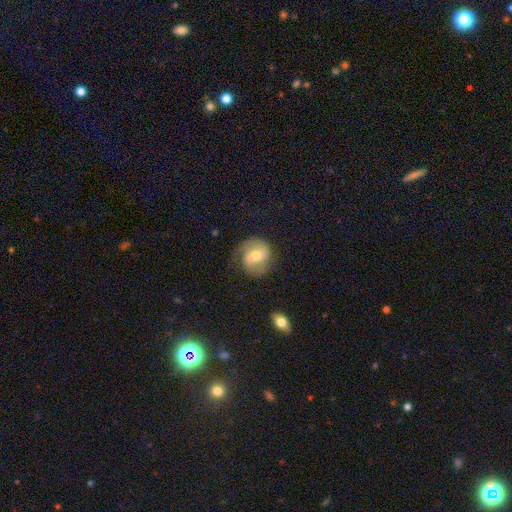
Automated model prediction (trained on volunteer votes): smooth-or-featured: featured or disk: 52% | smooth: 41% | star or artifact: 7%
  disk-edge-on: no: 95% | yes: 5%
  merging: none: 64% | minor disturbance: 22% | major disturbance: 12% | merger: 2%